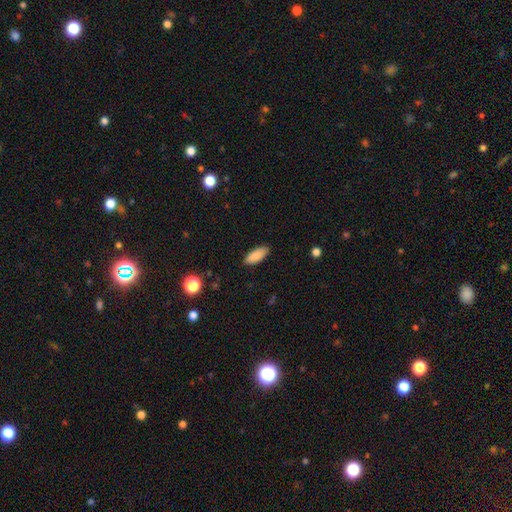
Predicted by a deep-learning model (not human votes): This appears to be a smooth galaxy with no disk features (85%) that is in between round and cigar-shaped (84%). Merging: none (86%).